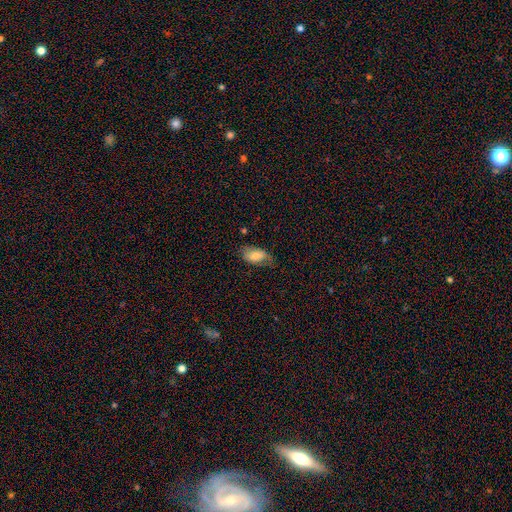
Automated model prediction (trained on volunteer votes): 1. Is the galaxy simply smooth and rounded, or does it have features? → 76% smooth, 17% featured or disk, 7% star or artifact.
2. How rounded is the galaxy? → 93% in between, 4% round, 3% cigar-shaped.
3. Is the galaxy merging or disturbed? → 56% none, 31% minor disturbance, 11% major disturbance, 2% merger.